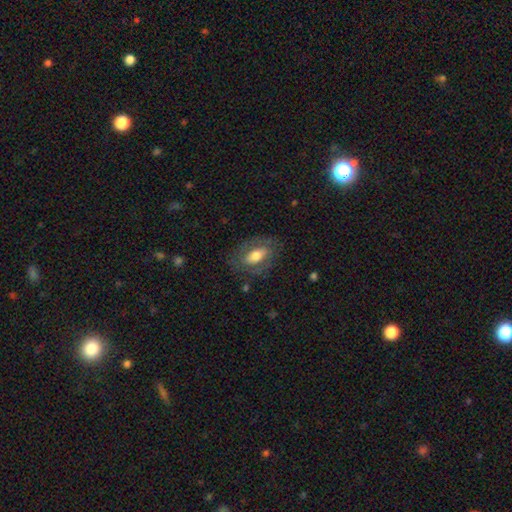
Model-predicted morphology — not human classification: Smooth or featured?
  - smooth: 53% *
  - featured or disk: 40%
  - star or artifact: 7%
How rounded?
  - in between: 87% *
  - round: 8%
  - cigar-shaped: 5%
Merging?
  - none: 75% *
  - minor disturbance: 15%
  - major disturbance: 8%
  - merger: 1%